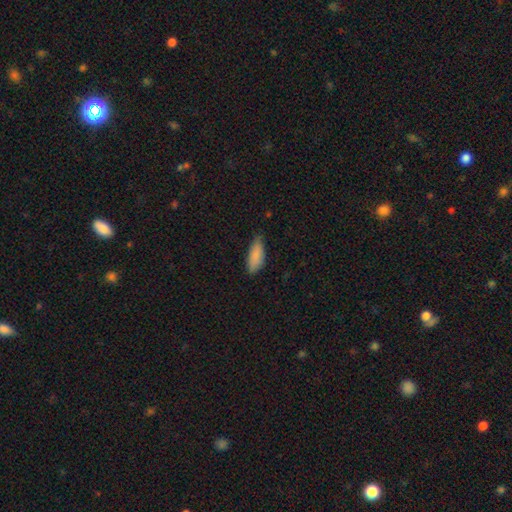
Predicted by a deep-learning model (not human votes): smooth-or-featured: smooth: 87% | featured or disk: 7% | star or artifact: 6%
  how-rounded: in between: 76% | cigar-shaped: 22% | round: 2%
  merging: none: 71% | minor disturbance: 24% | major disturbance: 3% | merger: 1%